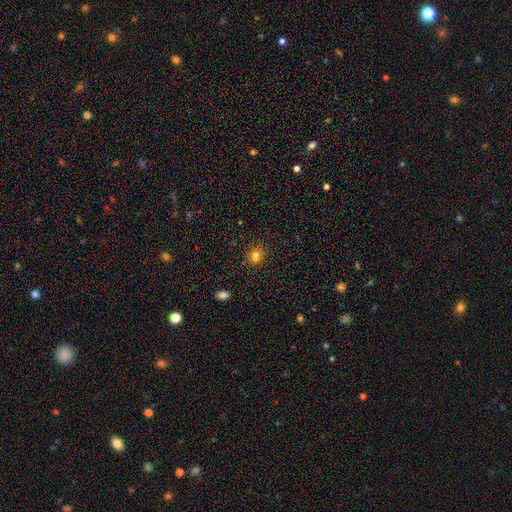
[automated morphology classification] Q: Smooth or featured?
A: smooth (76%); runner-up: star or artifact (17%)
Q: How rounded?
A: round (61%); runner-up: in between (38%)
Q: Merging?
A: none (80%); runner-up: minor disturbance (12%)